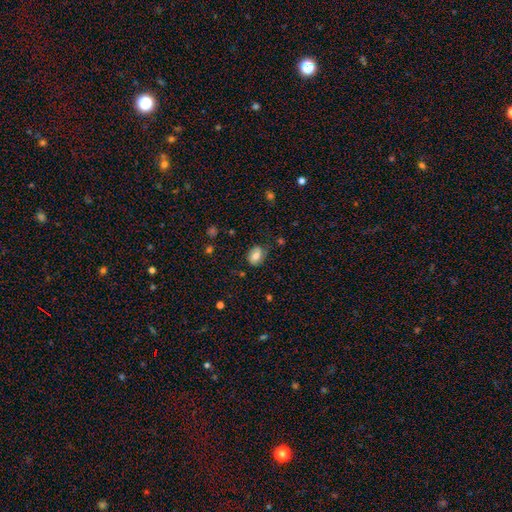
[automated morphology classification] The model was most divided on "how rounded": in between: 71%, round: 27%, cigar-shaped: 1%. More confident: merging — none (69%); smooth or featured — smooth (68%).